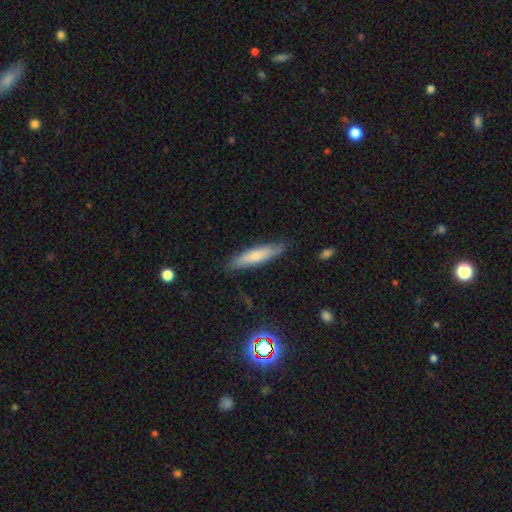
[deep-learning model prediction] Smooth or featured? Predicted: smooth (p=0.67). How rounded? Predicted: cigar-shaped (p=0.79). Merging? Predicted: none (p=0.82).